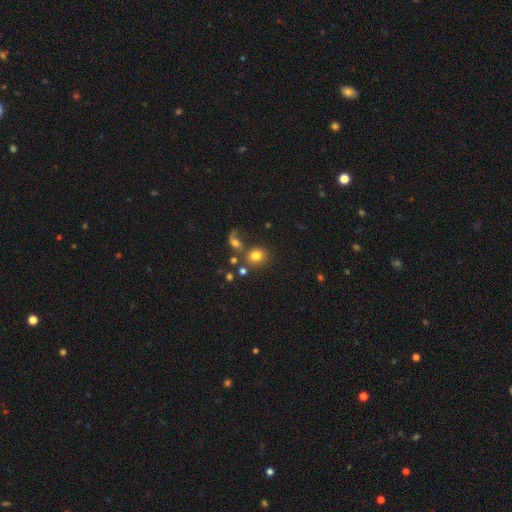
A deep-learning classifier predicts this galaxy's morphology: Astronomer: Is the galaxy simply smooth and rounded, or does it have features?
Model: smooth — 76%.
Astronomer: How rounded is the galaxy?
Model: round — 68%.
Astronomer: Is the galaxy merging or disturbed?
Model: none — 54%.